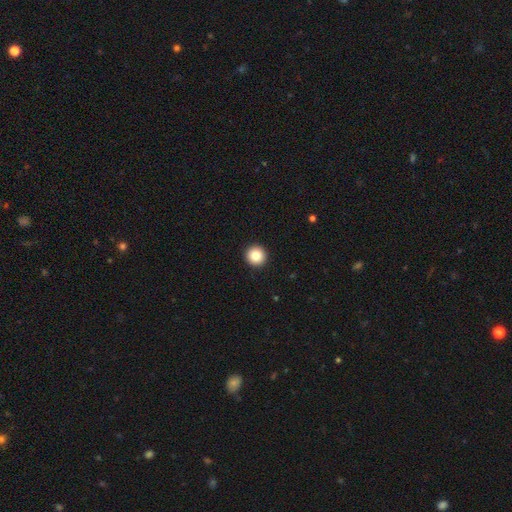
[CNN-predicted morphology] type=smooth (85%); roundness=round (96%); merging=none (94%).